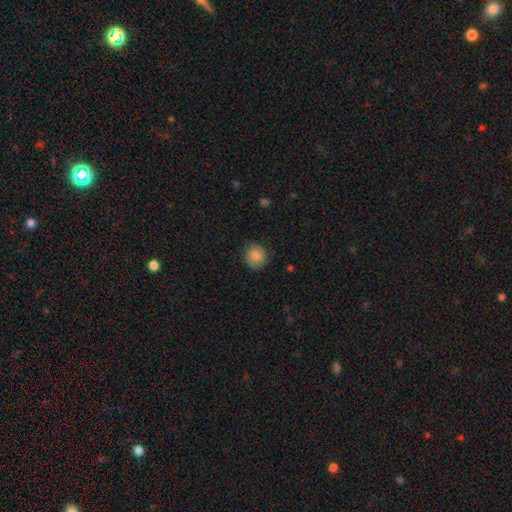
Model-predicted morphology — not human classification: Smooth or featured? Predicted: smooth (p=0.85). How rounded? Predicted: round (p=0.87). Merging? Predicted: none (p=0.83).